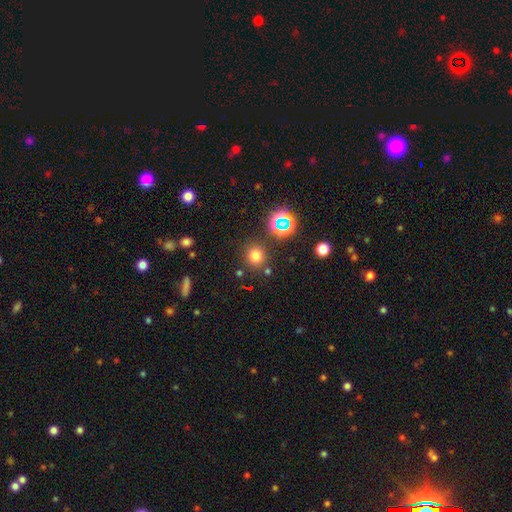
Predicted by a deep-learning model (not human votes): smooth 72%, star or artifact 21%, featured or disk 7%. Down the decision tree: how rounded — round (91%); merging — none (83%).